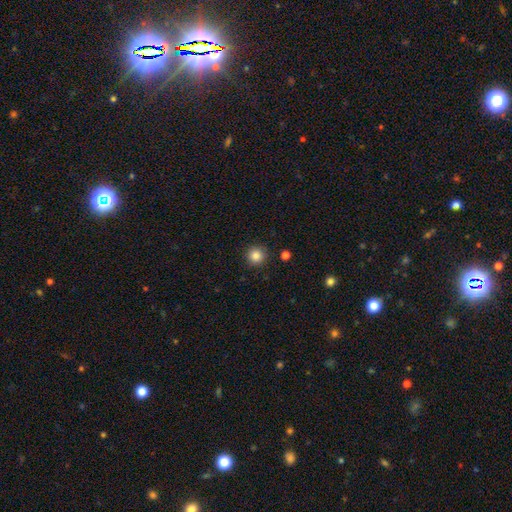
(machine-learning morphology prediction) Q: Smooth or featured?
A: smooth (85%); runner-up: star or artifact (11%)
Q: How rounded?
A: round (95%); runner-up: in between (4%)
Q: Merging?
A: none (91%); runner-up: minor disturbance (6%)